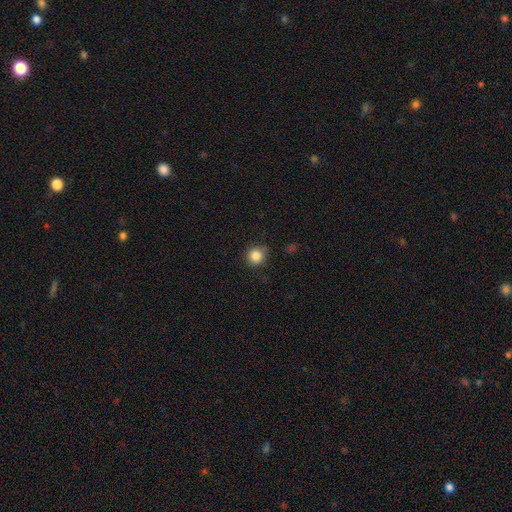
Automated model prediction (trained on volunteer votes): Morphology: type=smooth (85%); roundness=round (93%); merging=none (85%).